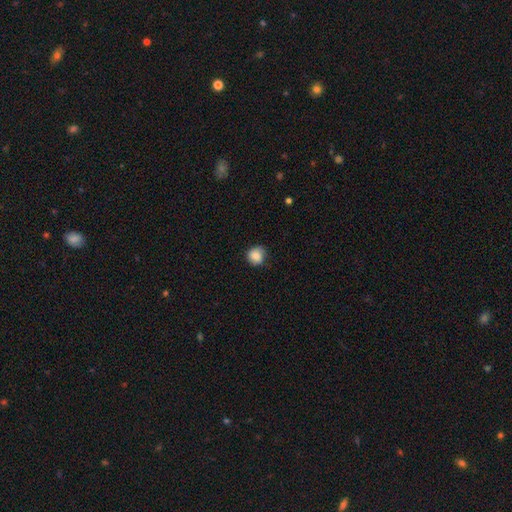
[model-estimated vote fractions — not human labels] Smooth or featured? Predicted: smooth (p=0.86). How rounded? Predicted: round (p=0.83). Merging? Predicted: none (p=0.73).